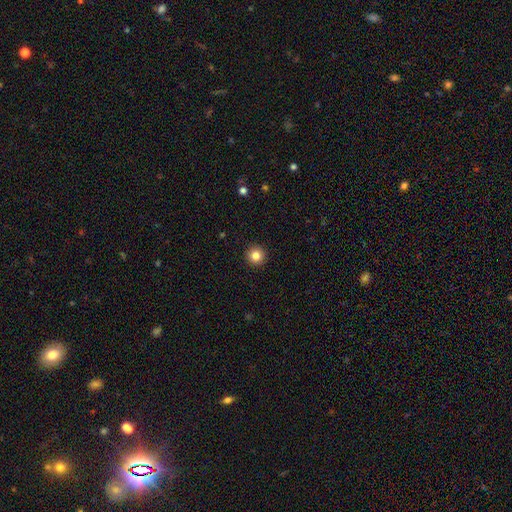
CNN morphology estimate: This appears to be a smooth galaxy with no disk features (84%) that is round (96%). Merging: none (93%).